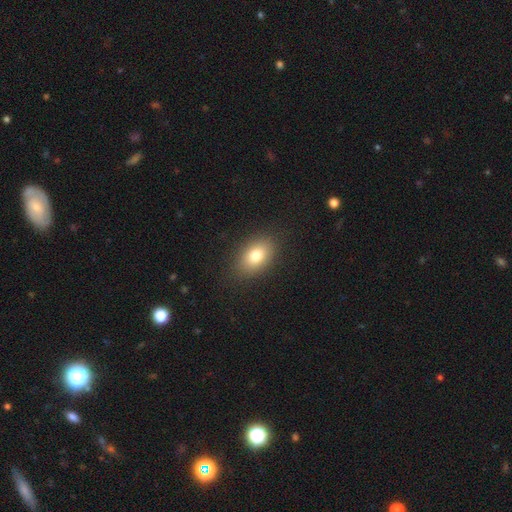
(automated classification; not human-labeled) Smooth or featured? smooth (78%)
How rounded? in between (84%)
Merging? none (87%)